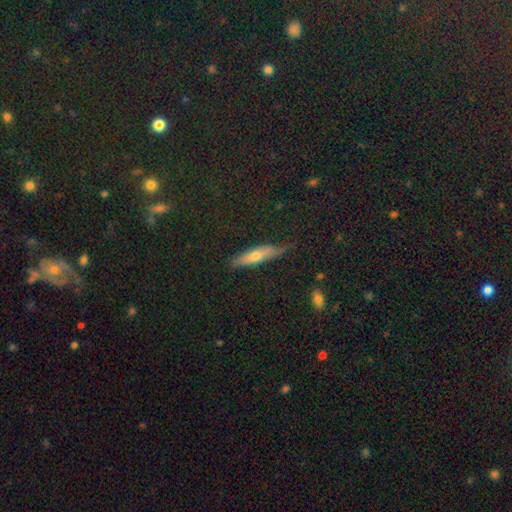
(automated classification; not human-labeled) Smooth or featured: smooth — 53% (featured or disk — 36%)
How rounded: cigar-shaped — 75% (in between — 21%)
Merging: none — 71% (minor disturbance — 23%)